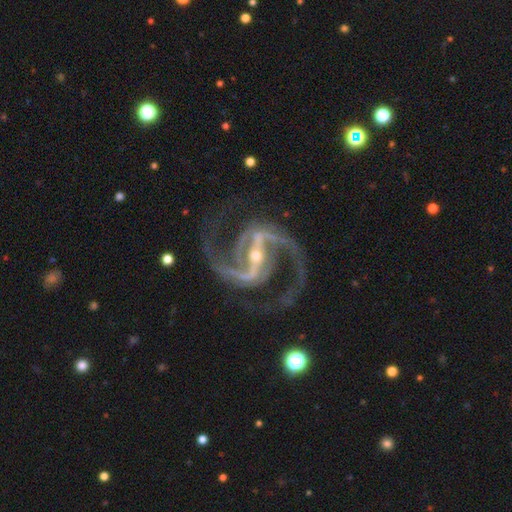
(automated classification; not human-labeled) This is clearly a featured or disk galaxy (94%). It is clearly not viewed edge-on (98%). Bar: likely strong (65%). Spiral arm pattern: clearly yes (99%). Spiral arm count: clearly 2 (94%). Spiral winding: likely medium (69%). Central bulge: likely small (67%). Merging: likely none (80%).